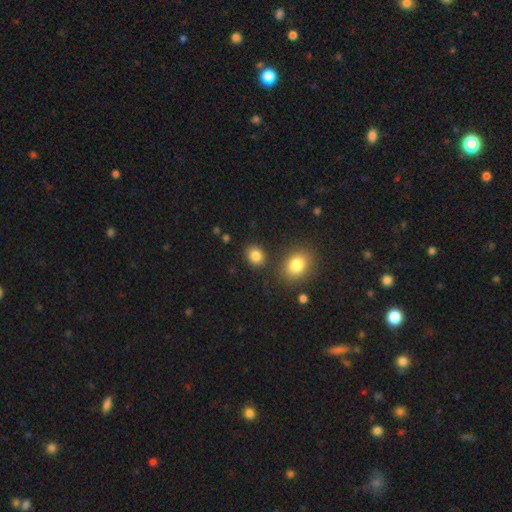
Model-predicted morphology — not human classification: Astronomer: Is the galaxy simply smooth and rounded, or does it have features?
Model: smooth — 85%.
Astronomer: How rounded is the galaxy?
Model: round — 57% (runner-up: in between, 42%).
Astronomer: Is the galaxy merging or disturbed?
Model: none — 81%.